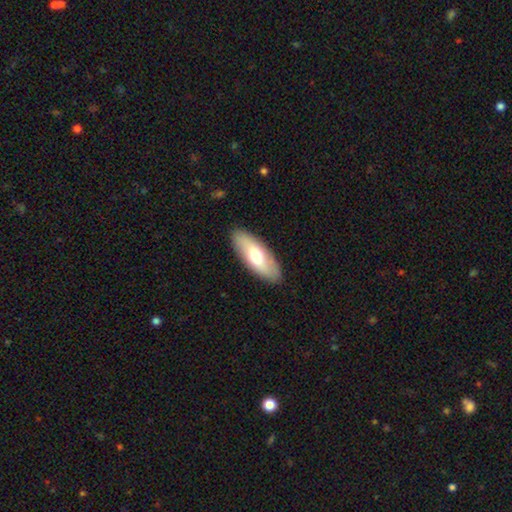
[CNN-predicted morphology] This appears to be a smooth galaxy with no disk features (64%) that is in between round and cigar-shaped (71%). Merging: none (88%).